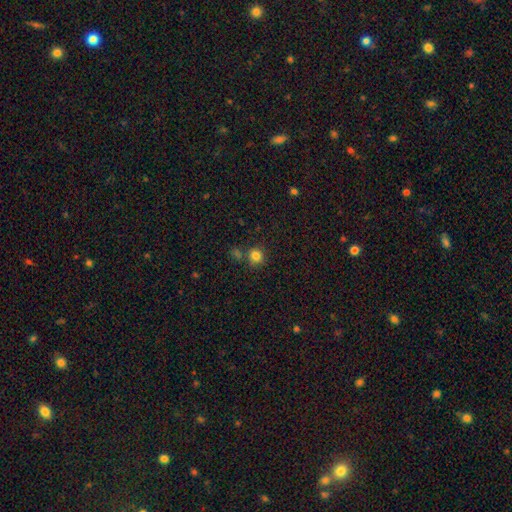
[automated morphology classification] A smooth galaxy with no disk features (82%) that is round (90%).

Vote fractions:
- Smooth or featured? smooth: 82% / star or artifact: 13% / featured or disk: 5%
- How rounded? round: 90% / in between: 9% / cigar-shaped: 1%
- Merging? none: 76% / merger: 11% / minor disturbance: 10% / major disturbance: 3%